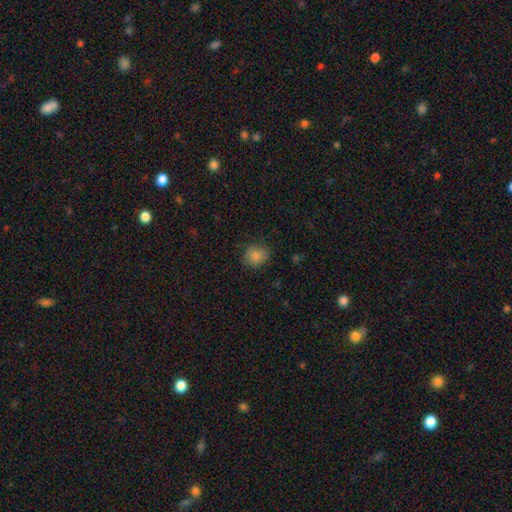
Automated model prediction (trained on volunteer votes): Smooth or featured? Predicted: smooth (p=0.84). How rounded? Predicted: round (p=0.73). Merging? Predicted: none (p=0.80).